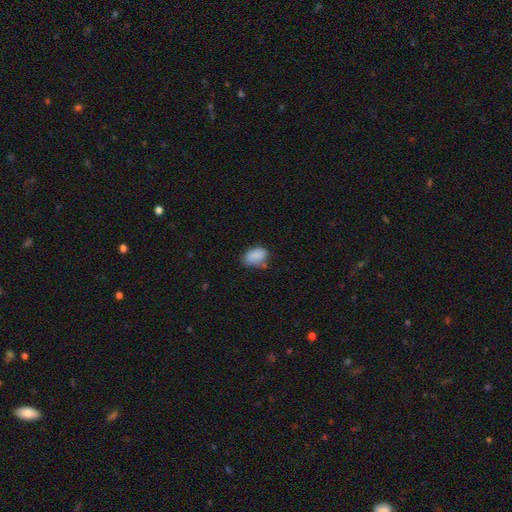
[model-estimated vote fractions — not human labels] Smooth or featured: smooth — 88% (star or artifact — 7%)
How rounded: in between — 86% (round — 13%)
Merging: none — 67% (minor disturbance — 25%)